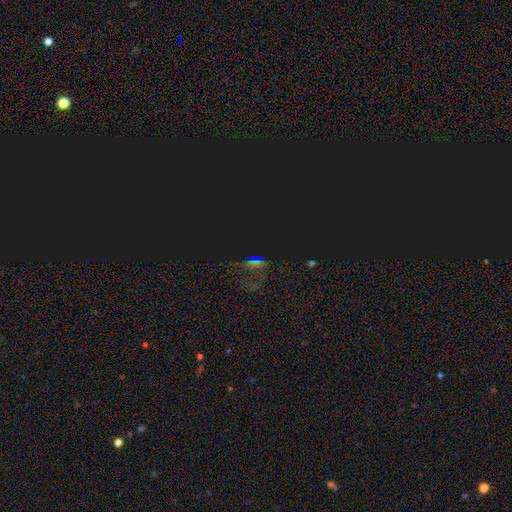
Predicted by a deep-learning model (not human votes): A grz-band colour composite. It shows a star or artifact, not a galaxy (72%).